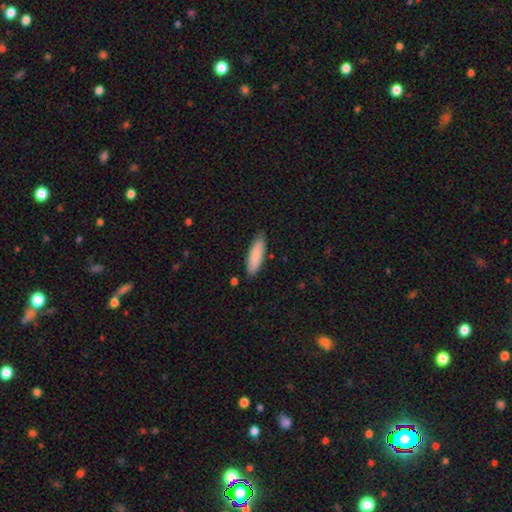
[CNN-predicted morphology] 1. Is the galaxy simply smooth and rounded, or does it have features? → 85% smooth, 10% featured or disk, 6% star or artifact.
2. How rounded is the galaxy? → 54% cigar-shaped, 45% in between, 1% round.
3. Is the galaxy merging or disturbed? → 85% none, 11% minor disturbance, 2% major disturbance, 2% merger.